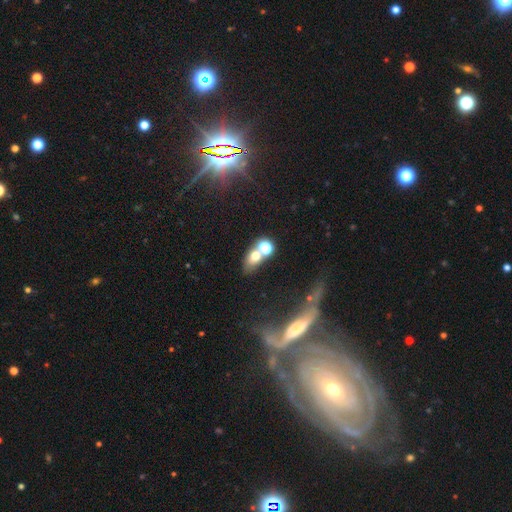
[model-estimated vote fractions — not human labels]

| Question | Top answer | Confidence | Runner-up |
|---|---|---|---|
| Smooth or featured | smooth | 62% | star or artifact (20%) |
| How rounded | in between | 63% | round (34%) |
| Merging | none | 43% | merger (42%) |